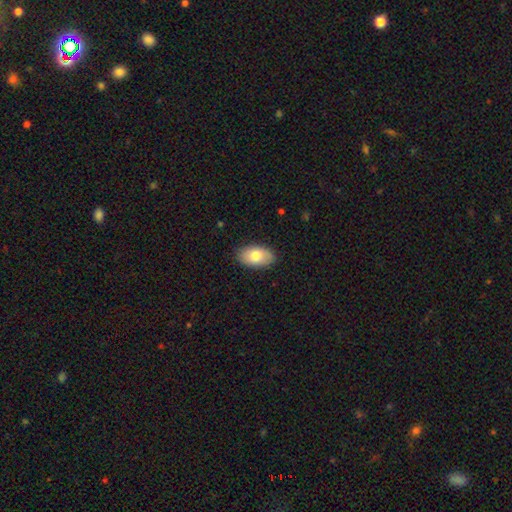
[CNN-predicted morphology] A smooth galaxy with no disk features (78%) that is in between round and cigar-shaped (94%). Merging: none (87%).